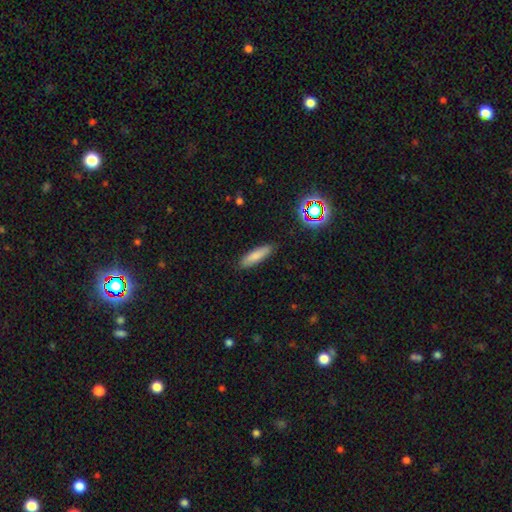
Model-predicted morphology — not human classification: This is clearly a smooth galaxy (80%). How rounded: likely cigar-shaped (65%). Merging: clearly none (87%).